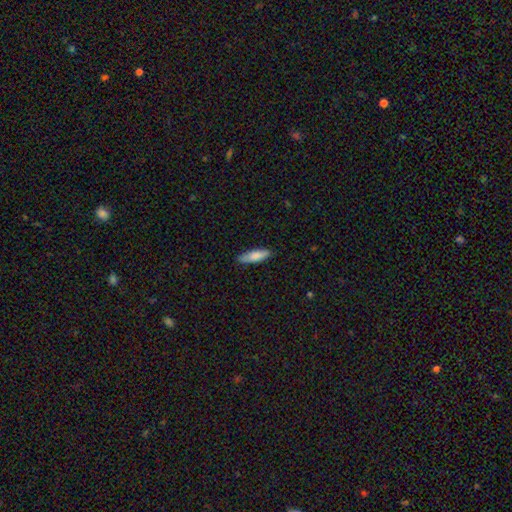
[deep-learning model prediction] This appears to be a smooth galaxy with no disk features (81%) that is cigar-shaped (54%). Merging: none (84%).